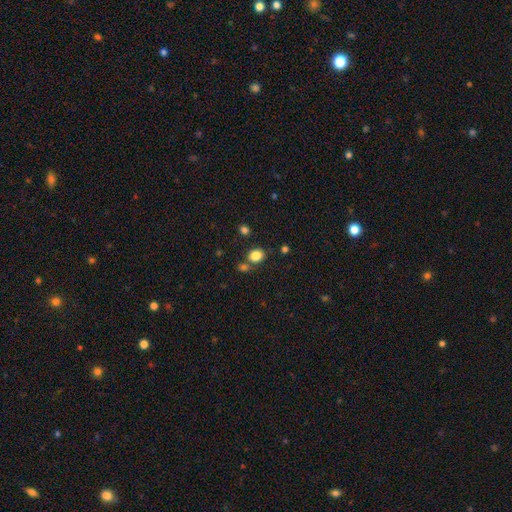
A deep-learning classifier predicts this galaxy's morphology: smooth-or-featured: smooth: 83% | star or artifact: 11% | featured or disk: 6%
  how-rounded: round: 53% | in between: 46% | cigar-shaped: 1%
  merging: none: 68% | merger: 17% | minor disturbance: 12% | major disturbance: 4%